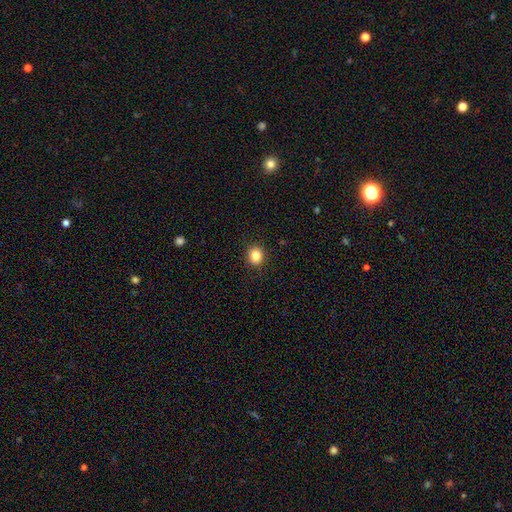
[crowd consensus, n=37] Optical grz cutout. It shows a smooth galaxy with no disk features (86%) that is round (81%). Merging: none (91%).